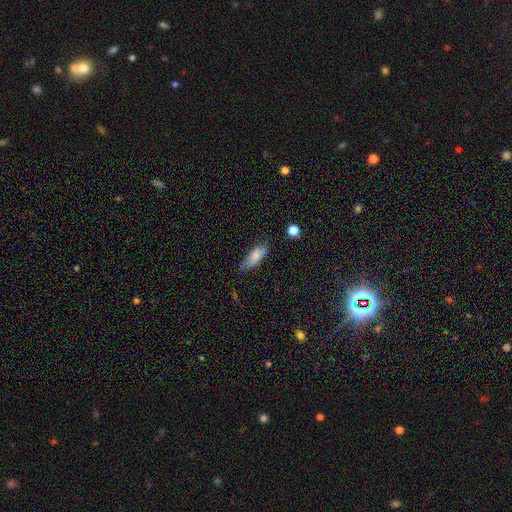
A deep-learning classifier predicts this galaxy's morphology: type=smooth (78%); roundness=in between (72%); merging=none (64%).